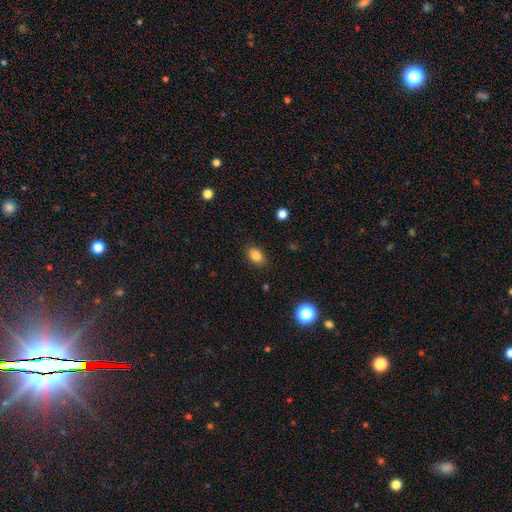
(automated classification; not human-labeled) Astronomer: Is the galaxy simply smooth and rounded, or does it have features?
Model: smooth — 84%.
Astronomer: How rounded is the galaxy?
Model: in between — 79%.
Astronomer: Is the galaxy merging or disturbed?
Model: none — 86%.